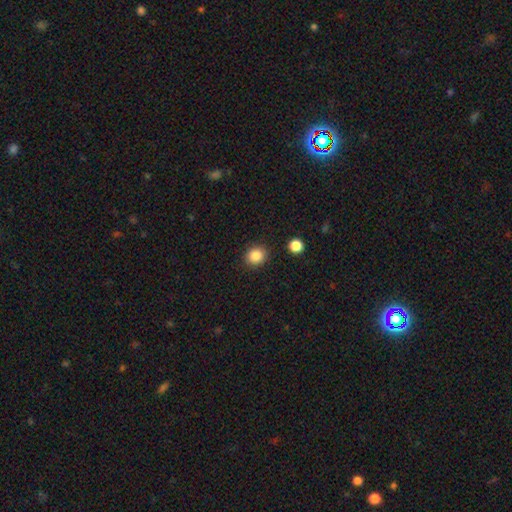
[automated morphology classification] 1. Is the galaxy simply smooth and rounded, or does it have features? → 86% smooth, 10% star or artifact, 4% featured or disk.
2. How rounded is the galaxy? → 77% round, 22% in between, 1% cigar-shaped.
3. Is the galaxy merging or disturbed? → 89% none, 7% minor disturbance, 2% major disturbance, 2% merger.